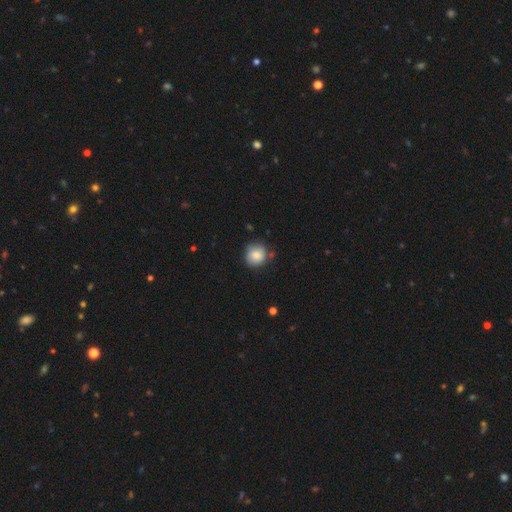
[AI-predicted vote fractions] This is clearly a smooth galaxy (84%). How rounded: clearly round (88%). Merging: likely none (75%).